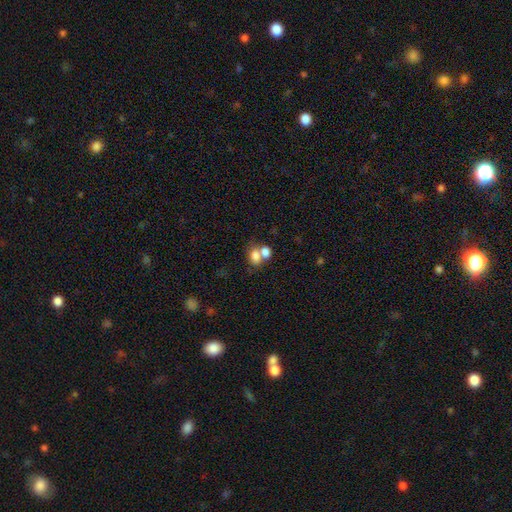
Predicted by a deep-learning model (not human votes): A smooth galaxy with no disk features (77%) that is in between round and cigar-shaped (73%). Merging: merger (58%).